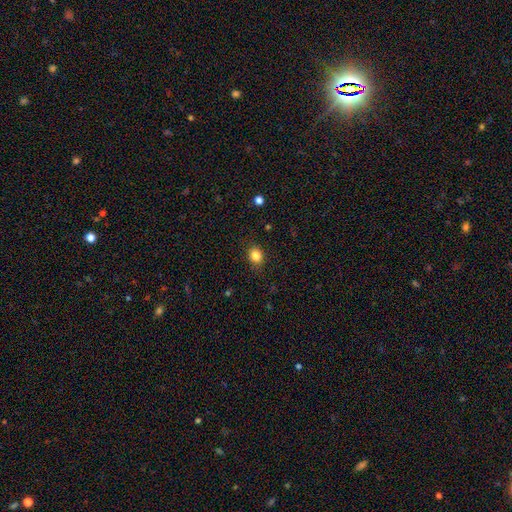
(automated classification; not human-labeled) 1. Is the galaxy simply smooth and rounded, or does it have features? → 84% smooth, 11% star or artifact, 5% featured or disk.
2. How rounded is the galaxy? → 58% round, 41% in between, 1% cigar-shaped.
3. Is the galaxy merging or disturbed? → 86% none, 10% minor disturbance, 3% major disturbance, 1% merger.